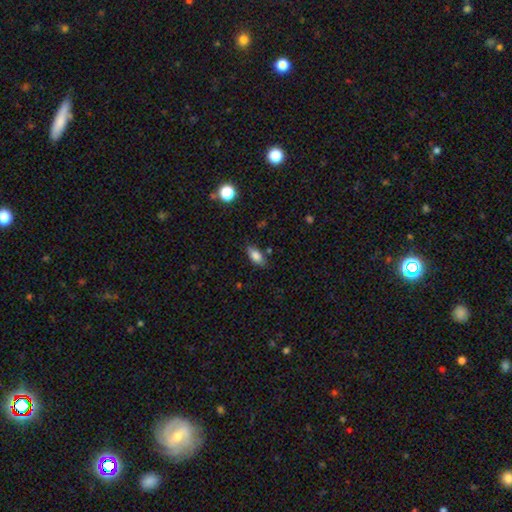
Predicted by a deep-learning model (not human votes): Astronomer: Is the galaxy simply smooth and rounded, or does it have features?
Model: smooth — 84%.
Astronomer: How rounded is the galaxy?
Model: in between — 88%.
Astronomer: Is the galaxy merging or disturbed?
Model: none — 81%.